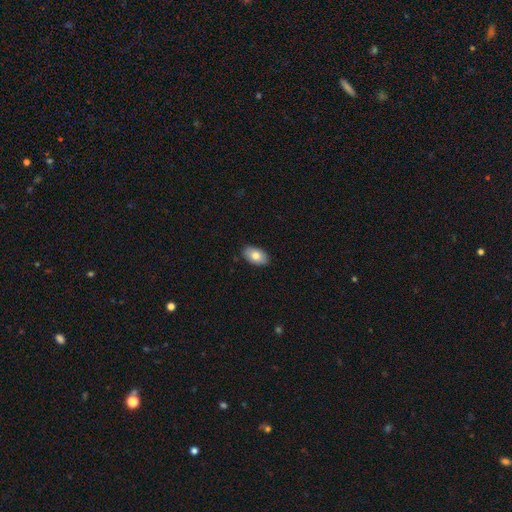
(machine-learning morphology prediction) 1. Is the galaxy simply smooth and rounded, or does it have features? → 77% smooth, 16% featured or disk, 7% star or artifact.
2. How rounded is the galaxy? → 93% in between, 6% round, 1% cigar-shaped.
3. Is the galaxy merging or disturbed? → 88% none, 9% minor disturbance, 2% major disturbance, 1% merger.